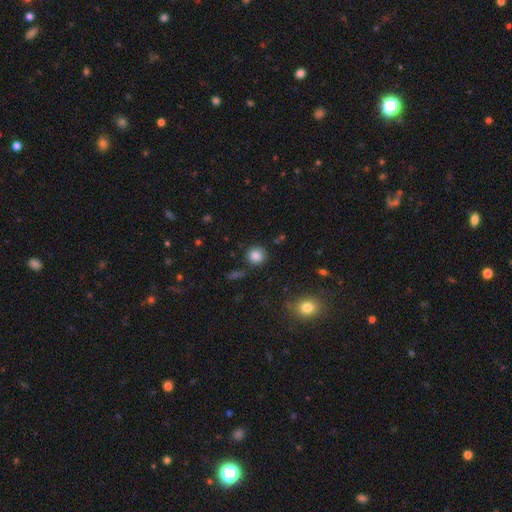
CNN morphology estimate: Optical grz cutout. It shows a smooth galaxy with no disk features (85%) that is round (90%). Merging: none (86%).